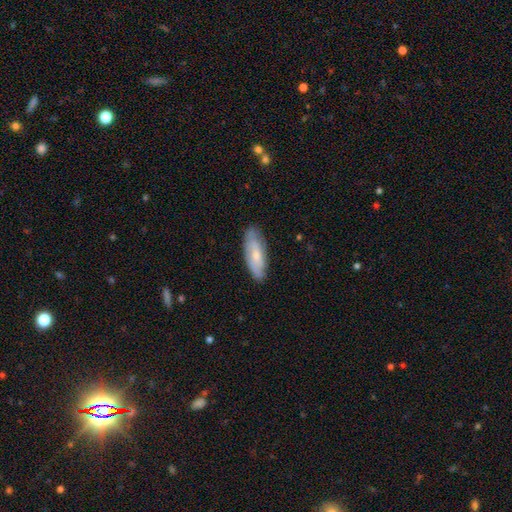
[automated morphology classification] Q: Smooth or featured?
A: smooth (55%); runner-up: featured or disk (39%)
Q: How rounded?
A: in between (68%); runner-up: cigar-shaped (31%)
Q: Merging?
A: none (79%); runner-up: minor disturbance (16%)